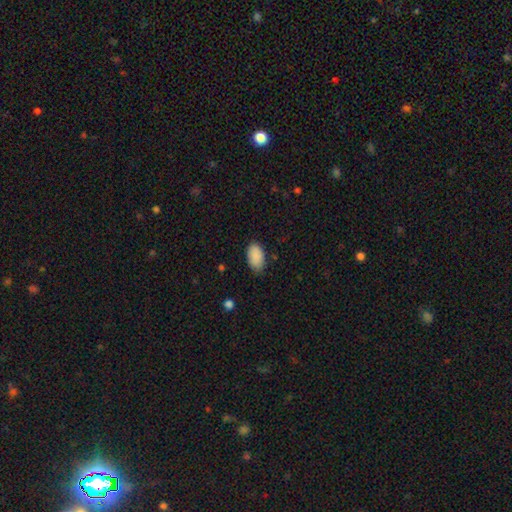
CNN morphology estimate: type=smooth (90%); roundness=in between (94%); merging=none (81%).